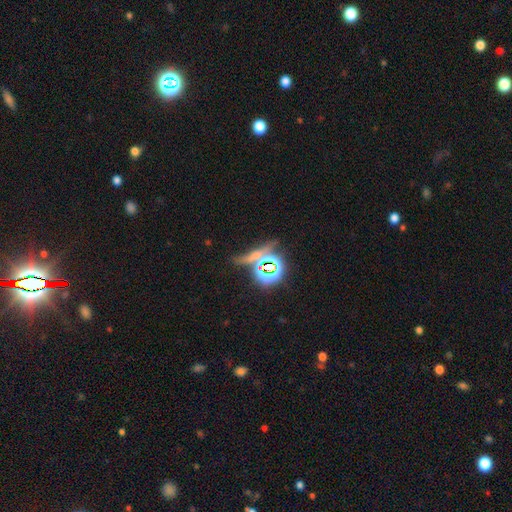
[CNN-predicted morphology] Overall: star or artifact (64%).